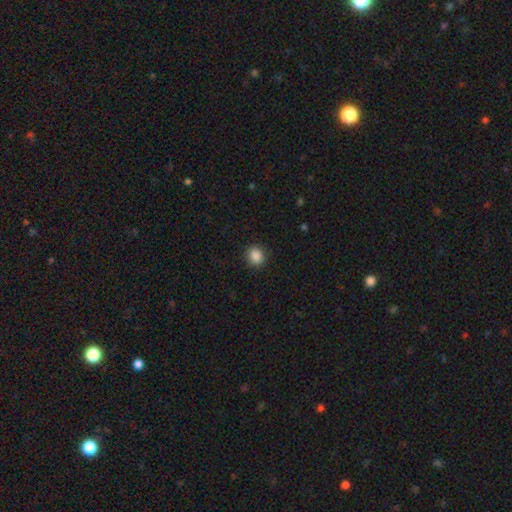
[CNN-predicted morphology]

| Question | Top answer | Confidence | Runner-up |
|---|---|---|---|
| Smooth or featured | smooth | 87% | star or artifact (10%) |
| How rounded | round | 77% | in between (22%) |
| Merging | none | 90% | minor disturbance (7%) |